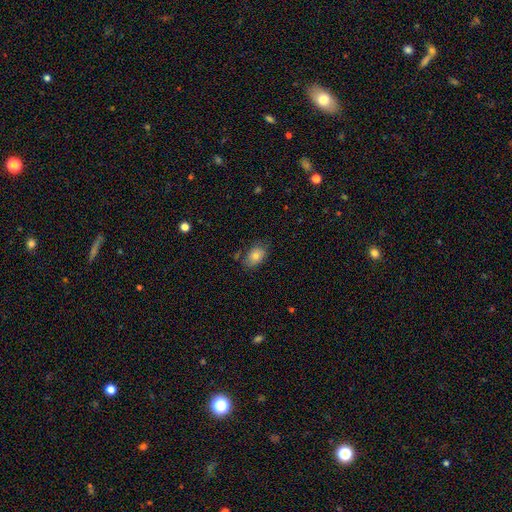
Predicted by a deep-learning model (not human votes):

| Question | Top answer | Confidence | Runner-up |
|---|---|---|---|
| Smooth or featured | smooth | 80% | featured or disk (12%) |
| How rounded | in between | 84% | round (14%) |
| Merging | none | 74% | minor disturbance (19%) |